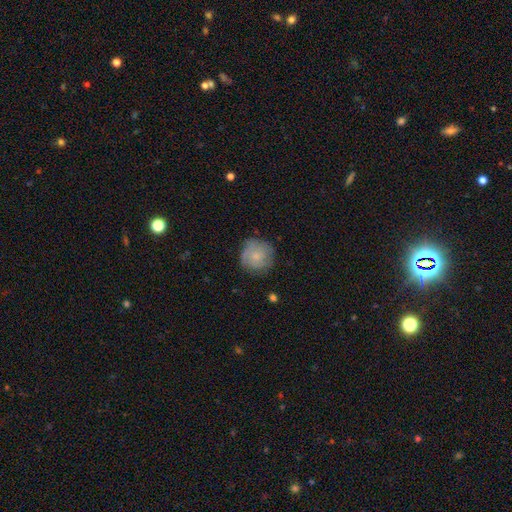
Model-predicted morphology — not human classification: This appears to be a smooth galaxy with no disk features (56%) that is round (92%). Merging: none (75%).